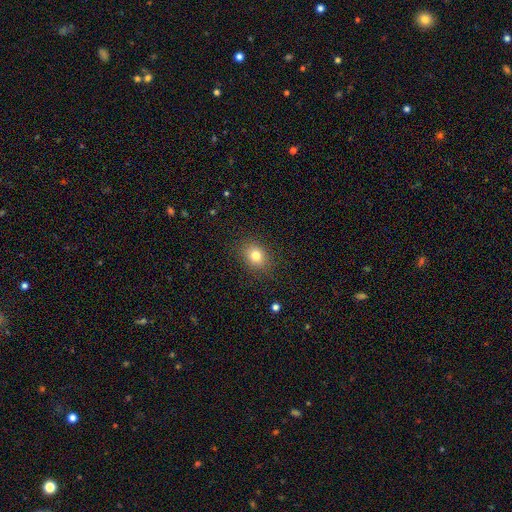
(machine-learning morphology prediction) Smooth or featured? smooth (80%)
How rounded? round (50%)
Merging? none (86%)